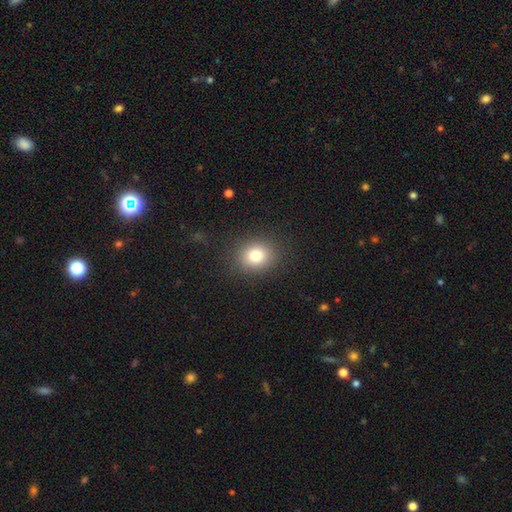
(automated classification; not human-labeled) The model was most divided on "how rounded": round: 67%, in between: 32%, cigar-shaped: 1%. More confident: merging — none (87%); smooth or featured — smooth (80%).